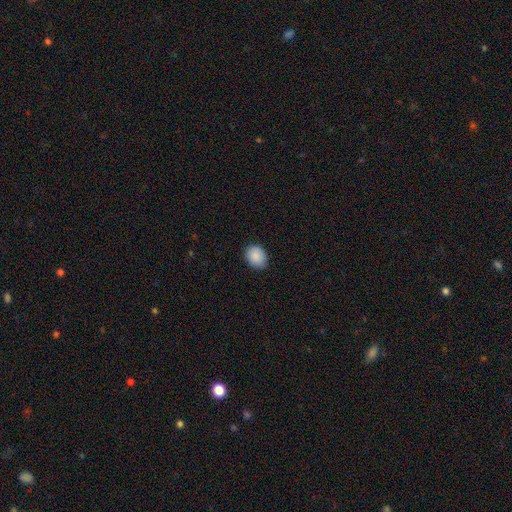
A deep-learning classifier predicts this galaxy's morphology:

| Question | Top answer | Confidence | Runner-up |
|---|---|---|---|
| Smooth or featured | smooth | 89% | star or artifact (8%) |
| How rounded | in between | 53% | round (46%) |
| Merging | none | 85% | minor disturbance (12%) |